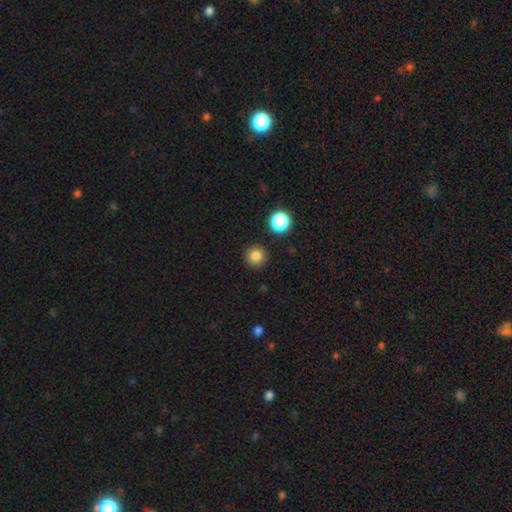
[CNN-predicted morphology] smooth 82%, star or artifact 13%, featured or disk 5%. Down the decision tree: how rounded — round (95%); merging — none (91%).